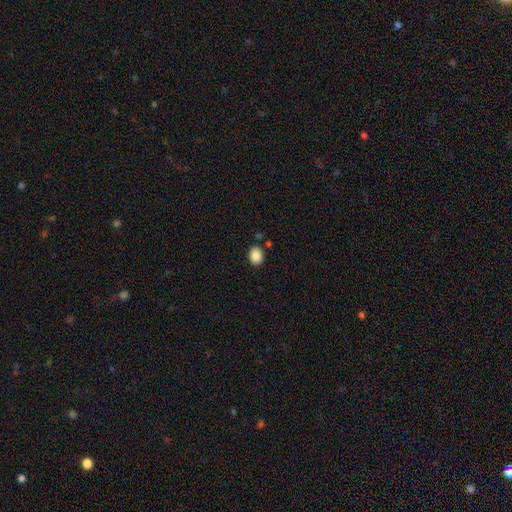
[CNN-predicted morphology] This is clearly a smooth galaxy (88%). How rounded: likely in between (61%). Merging: clearly none (85%).